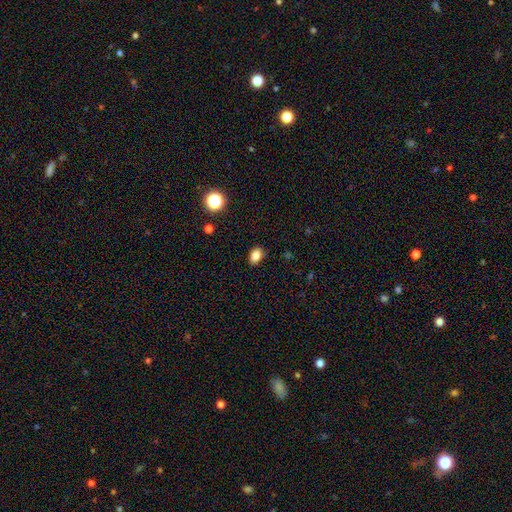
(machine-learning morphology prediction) Q: Smooth or featured?
A: smooth (84%); runner-up: star or artifact (11%)
Q: How rounded?
A: in between (76%); runner-up: round (23%)
Q: Merging?
A: none (87%); runner-up: minor disturbance (10%)